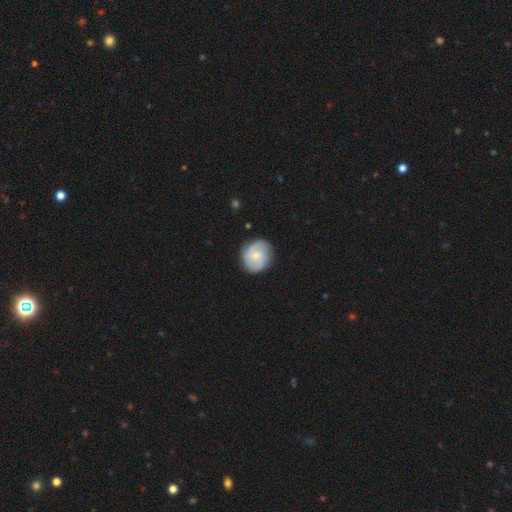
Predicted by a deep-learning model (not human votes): smooth_or_featured: featured or disk (p=0.50) [alt: smooth p=0.44]
disk_edge_on: no (p=0.97) [alt: yes p=0.03]
merging: none (p=0.83) [alt: minor disturbance p=0.13]